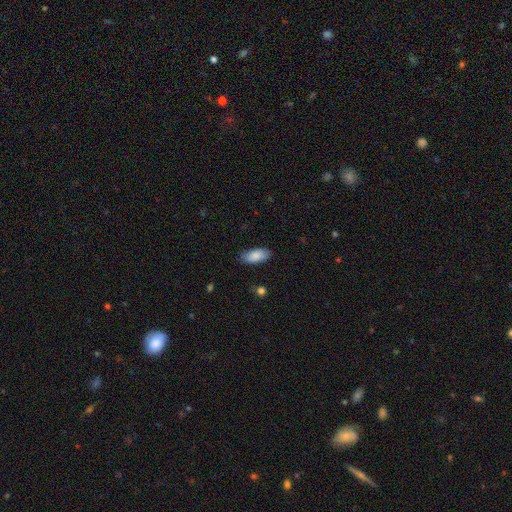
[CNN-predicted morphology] smooth 85%, featured or disk 9%, star or artifact 6%. Down the decision tree: how rounded — in between (89%); merging — none (80%).